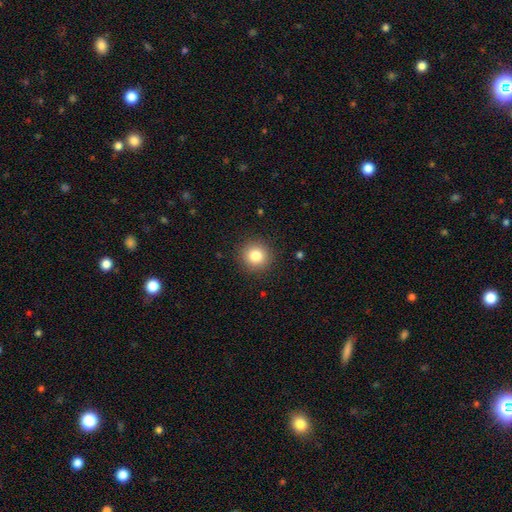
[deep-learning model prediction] This appears to be a smooth galaxy with no disk features (83%) that is round (93%). Merging: none (90%).